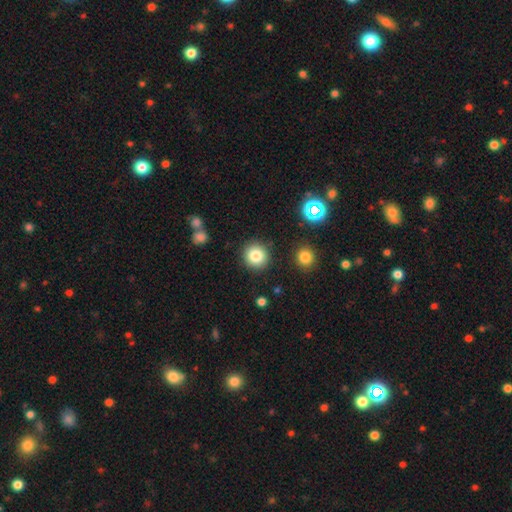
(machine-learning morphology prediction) smooth 82%, star or artifact 11%, featured or disk 7%. Down the decision tree: how rounded — round (92%); merging — none (88%).